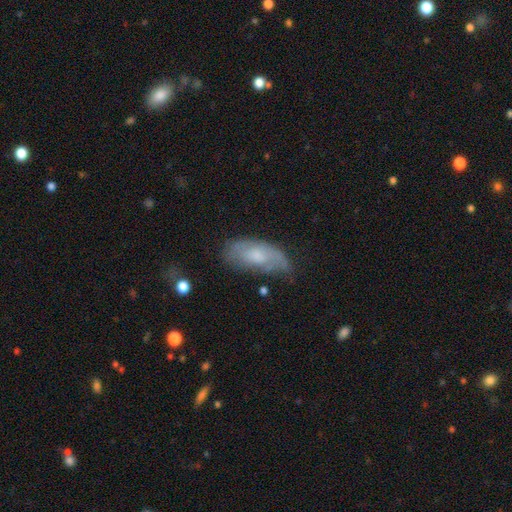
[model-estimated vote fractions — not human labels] Smooth or featured? smooth (52%)
How rounded? in between (88%)
Merging? none (55%)